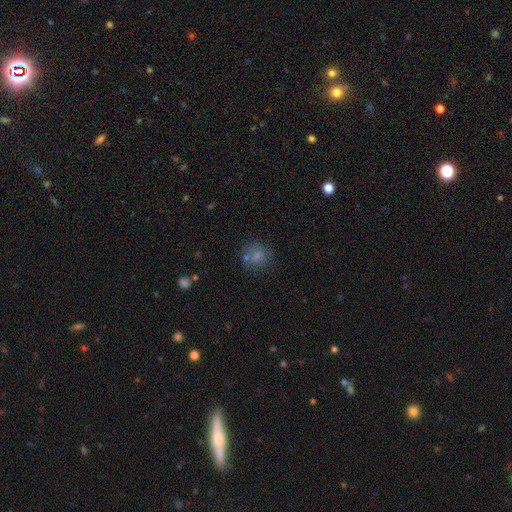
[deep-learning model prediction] smooth-or-featured: smooth: 65% | featured or disk: 20% | star or artifact: 15%
  how-rounded: round: 80% | in between: 19% | cigar-shaped: 1%
  merging: none: 61% | minor disturbance: 16% | merger: 16% | major disturbance: 8%